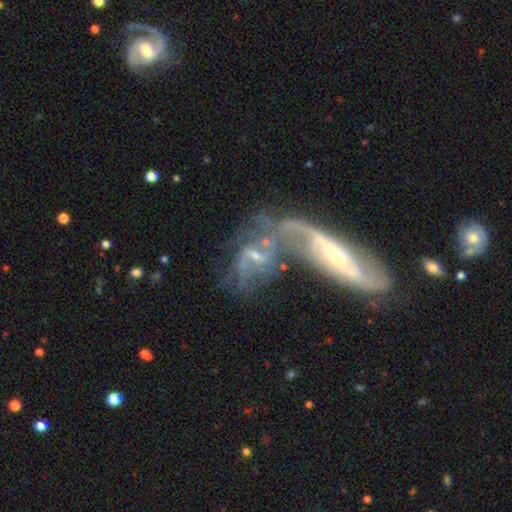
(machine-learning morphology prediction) Overall: featured or disk (77%). Edge-on disk: no (89%). Bar: no (41%; weak 38%). Spiral arms: yes (83%). Spiral arm count: 2 (67%). Spiral winding: loose (45%; medium 37%). Bulge size: small (61%; moderate 30%). Merging: merger (60%).